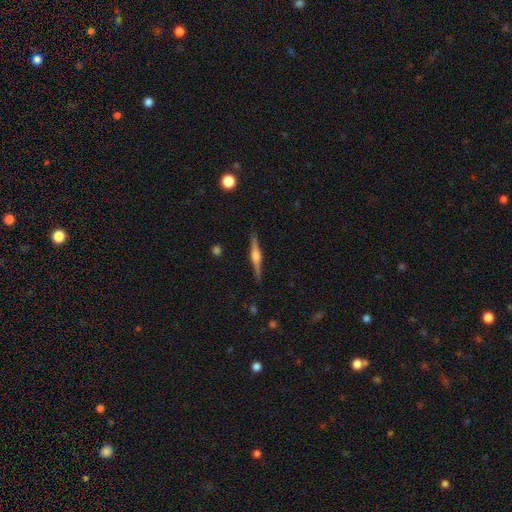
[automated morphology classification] A featured or disk galaxy (77%) viewed edge-on (98%) with a rounded central bulge (81%).

Vote fractions:
- Smooth or featured? featured or disk: 77% / smooth: 17% / star or artifact: 6%
- Edge-on disk? yes: 98% / no: 2%
- Edge-on bulge? rounded: 81% / boxy: 15% / none: 4%
- Merging? none: 90% / minor disturbance: 8% / major disturbance: 2% / merger: 1%